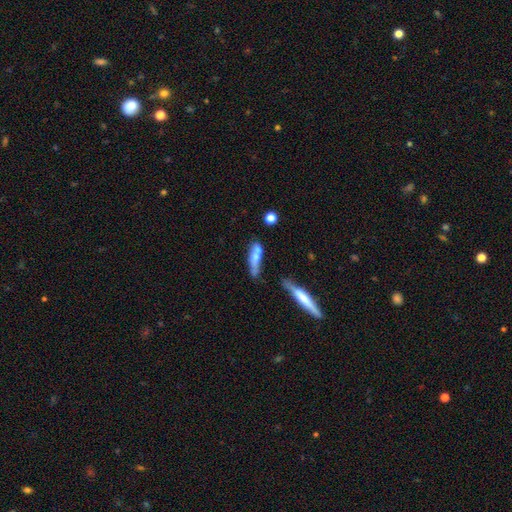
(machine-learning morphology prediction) Overall: smooth (60%; featured or disk 33%). How rounded: cigar-shaped (72%). Merging: none (42%; merger 25%).